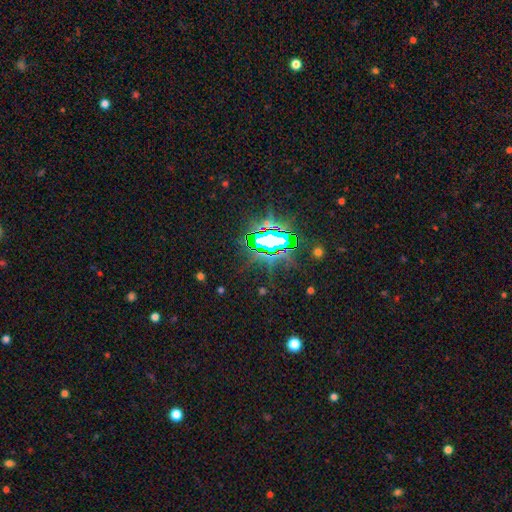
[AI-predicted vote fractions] star or artifact 78%, featured or disk 11%, smooth 11%.